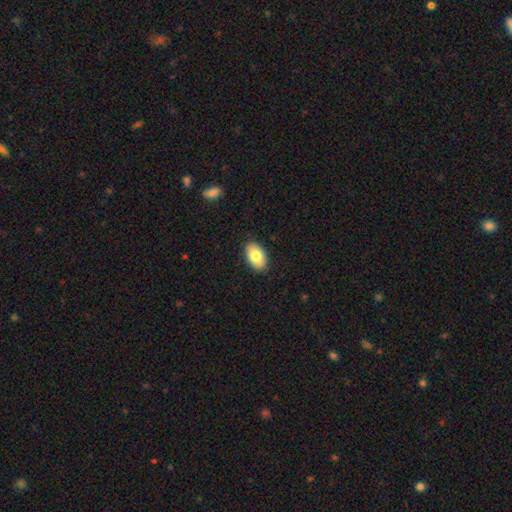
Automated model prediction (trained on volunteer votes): A smooth galaxy with no disk features (80%) that is in between round and cigar-shaped (93%).

Vote fractions:
- Smooth or featured? smooth: 80% / featured or disk: 13% / star or artifact: 7%
- How rounded? in between: 93% / round: 5% / cigar-shaped: 1%
- Merging? none: 89% / minor disturbance: 9% / major disturbance: 2% / merger: 1%